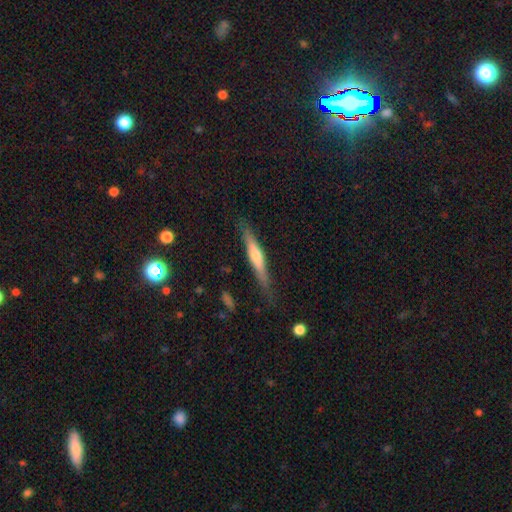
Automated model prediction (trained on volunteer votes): Q: Smooth or featured?
A: featured or disk (58%); runner-up: smooth (35%)
Q: Edge-on disk?
A: yes (95%); runner-up: no (5%)
Q: Edge-on bulge?
A: rounded (70%); runner-up: none (22%)
Q: Merging?
A: none (82%); runner-up: minor disturbance (13%)